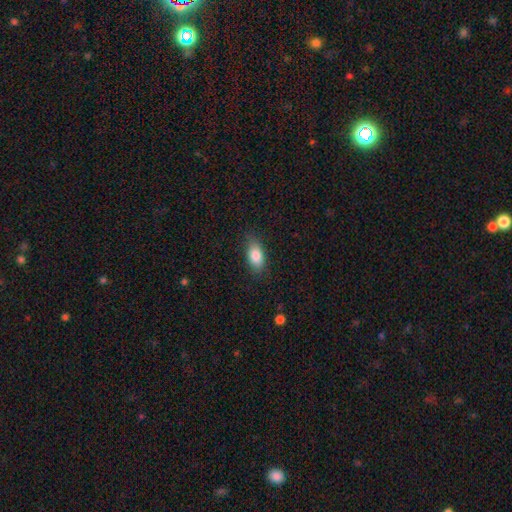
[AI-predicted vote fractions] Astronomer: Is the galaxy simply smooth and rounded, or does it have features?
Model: smooth — 84%.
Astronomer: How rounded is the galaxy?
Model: in between — 89%.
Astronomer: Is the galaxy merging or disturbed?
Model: none — 80%.